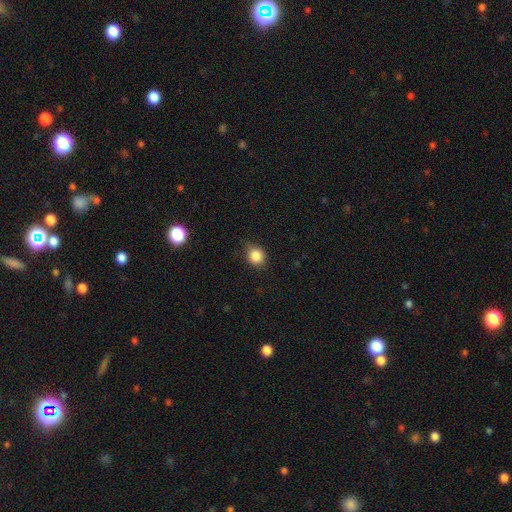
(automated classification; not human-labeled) Morphology: type=smooth (85%); roundness=round (78%); merging=none (78%).